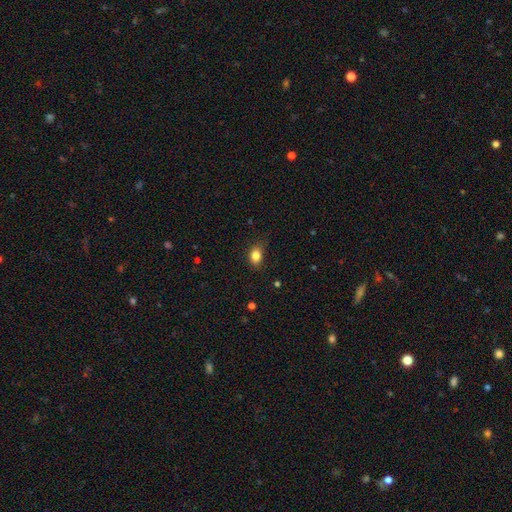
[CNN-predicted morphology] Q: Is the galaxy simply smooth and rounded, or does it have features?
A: smooth — 84%.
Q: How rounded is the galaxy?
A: in between — 72%.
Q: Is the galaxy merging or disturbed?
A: none — 78%.